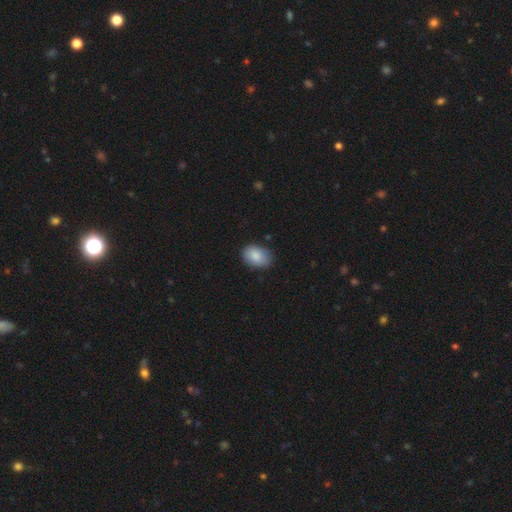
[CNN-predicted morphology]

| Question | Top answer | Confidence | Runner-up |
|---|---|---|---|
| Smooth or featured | smooth | 86% | featured or disk (7%) |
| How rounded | in between | 79% | round (20%) |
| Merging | none | 79% | minor disturbance (17%) |